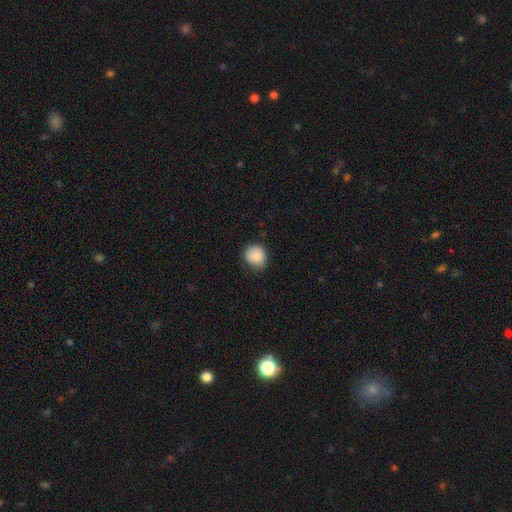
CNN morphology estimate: Smooth or featured: smooth — 84% (star or artifact — 8%)
How rounded: round — 77% (in between — 22%)
Merging: none — 67% (minor disturbance — 27%)